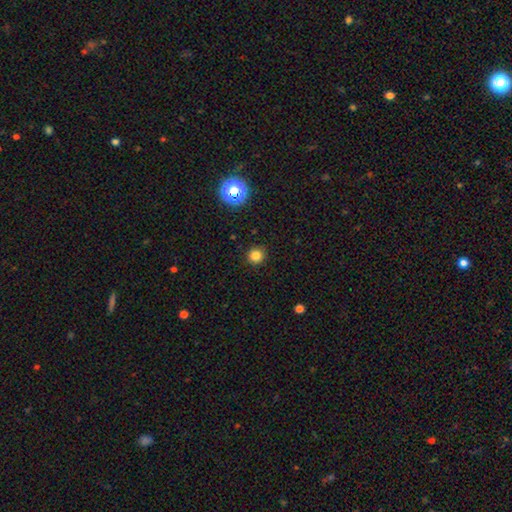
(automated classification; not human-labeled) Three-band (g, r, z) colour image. It shows a smooth galaxy with no disk features (82%) that is round (94%). Merging: none (91%).